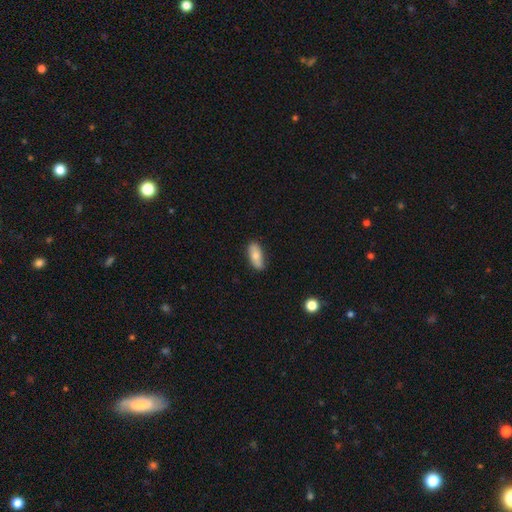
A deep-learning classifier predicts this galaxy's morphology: This is likely a smooth galaxy (73%). How rounded: clearly in between (82%). Merging: clearly none (82%).